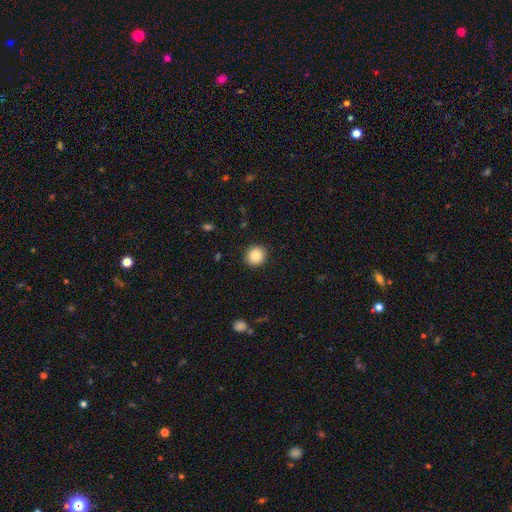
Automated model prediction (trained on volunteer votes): This appears to be a smooth galaxy with no disk features (87%) that is round (86%). Merging: none (90%).